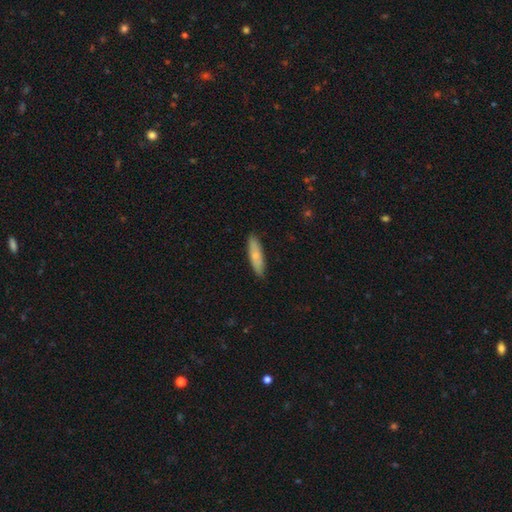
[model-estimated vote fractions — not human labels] smooth-or-featured: smooth: 73% | featured or disk: 21% | star or artifact: 6%
  how-rounded: cigar-shaped: 73% | in between: 25% | round: 2%
  merging: none: 88% | minor disturbance: 10% | major disturbance: 2% | merger: 1%